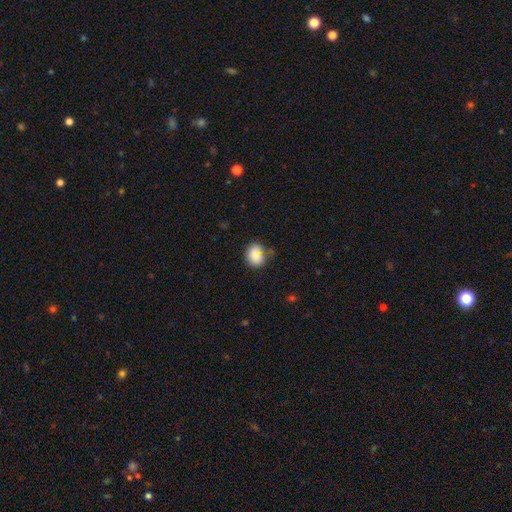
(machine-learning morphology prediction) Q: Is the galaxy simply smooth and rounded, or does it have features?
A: smooth — 81%.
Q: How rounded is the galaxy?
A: round — 67%.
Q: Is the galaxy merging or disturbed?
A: none — 54%.